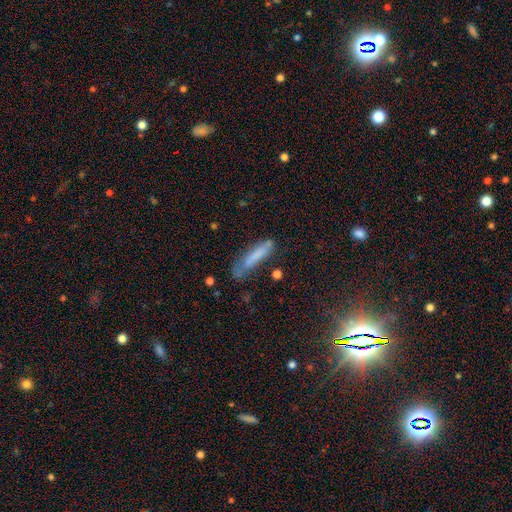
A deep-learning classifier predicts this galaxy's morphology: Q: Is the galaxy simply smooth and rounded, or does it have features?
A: smooth — 69%.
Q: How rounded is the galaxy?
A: cigar-shaped — 85%.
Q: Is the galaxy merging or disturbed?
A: none — 53%.